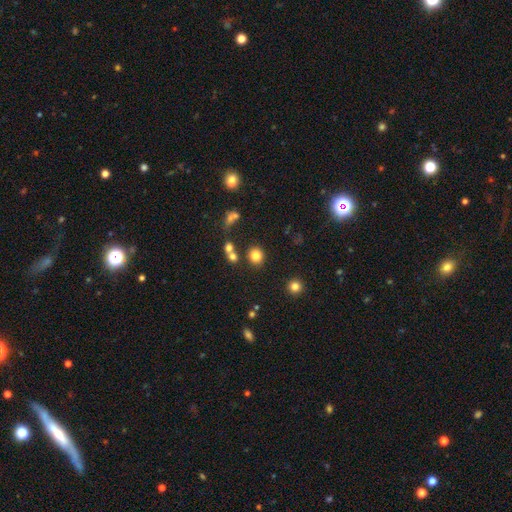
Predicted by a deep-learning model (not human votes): Smooth or featured? smooth (79%)
How rounded? round (84%)
Merging? none (80%)